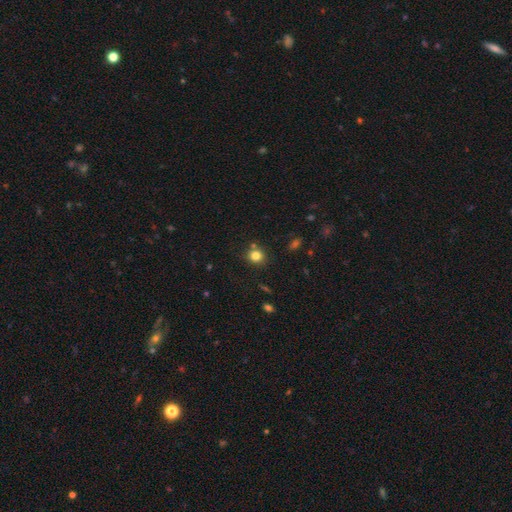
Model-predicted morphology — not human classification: This appears to be a smooth galaxy with no disk features (80%) that is round (81%). Merging: none (79%).